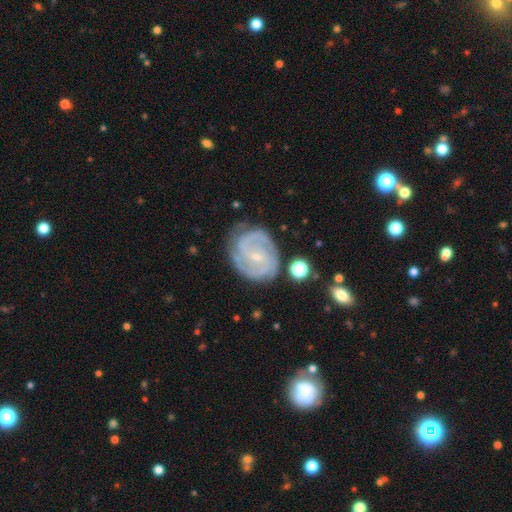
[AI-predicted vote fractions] Morphology: type=featured or disk (87%); edge-on=no (98%); bar=no (50%); spiral arms=yes (97%); winding=tight (57%); arm count=2 (49%); bulge=small (83%); merging=none (74%).